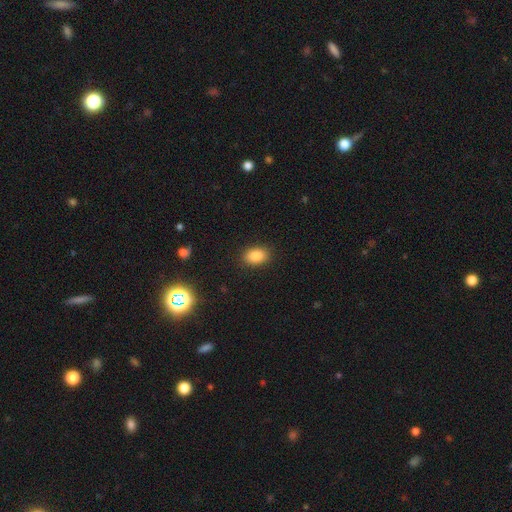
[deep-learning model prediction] This appears to be a smooth galaxy with no disk features (85%) that is in between round and cigar-shaped (84%). Merging: none (88%).